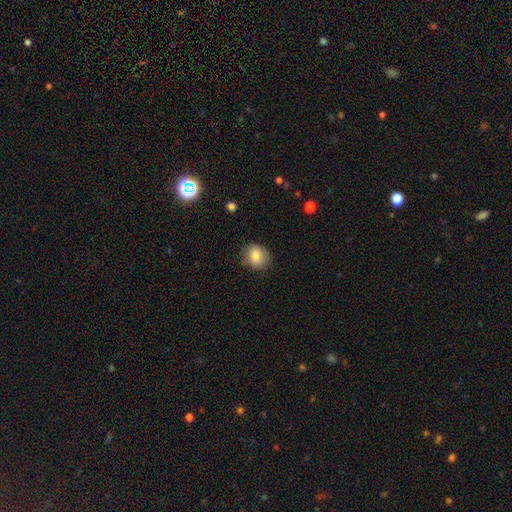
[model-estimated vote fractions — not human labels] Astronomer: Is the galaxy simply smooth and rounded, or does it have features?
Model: smooth — 83%.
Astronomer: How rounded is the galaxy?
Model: round — 71%.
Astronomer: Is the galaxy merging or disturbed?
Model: none — 84%.